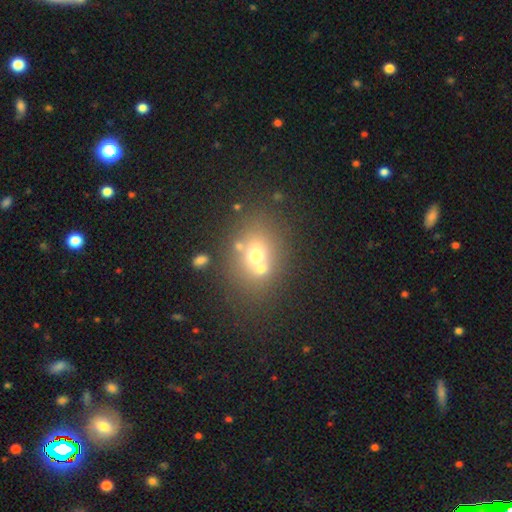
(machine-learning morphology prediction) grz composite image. It shows a smooth galaxy with no disk features (60%) that is round (52%). Merging: none (51%).